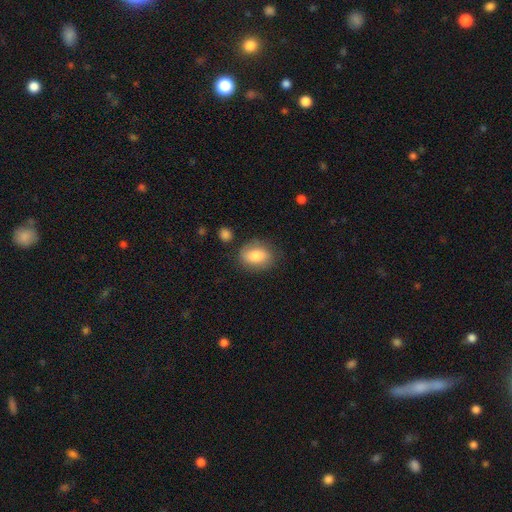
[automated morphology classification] The model was most divided on "how rounded": in between: 73%, round: 25%, cigar-shaped: 2%. More confident: smooth or featured — smooth (75%); merging — none (74%).